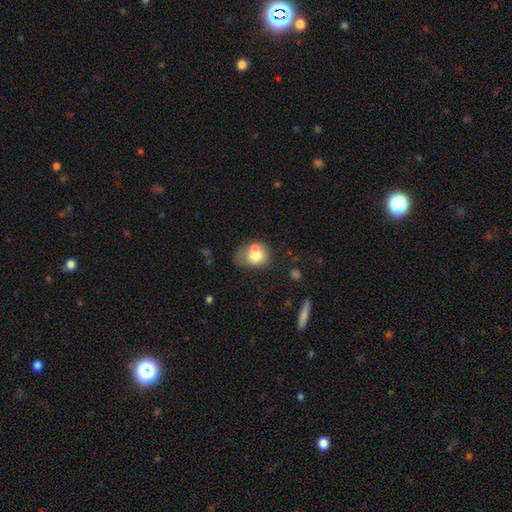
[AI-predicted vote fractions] smooth 68%, featured or disk 22%, star or artifact 9%. Down the decision tree: how rounded — in between (55%); merging — merger (47%).